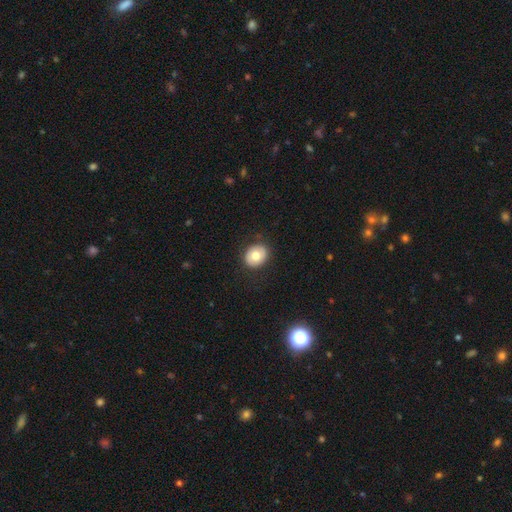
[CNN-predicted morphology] smooth-or-featured: smooth: 71% | featured or disk: 21% | star or artifact: 8%
  how-rounded: round: 58% | in between: 42% | cigar-shaped: 1%
  merging: none: 87% | minor disturbance: 9% | major disturbance: 3% | merger: 1%